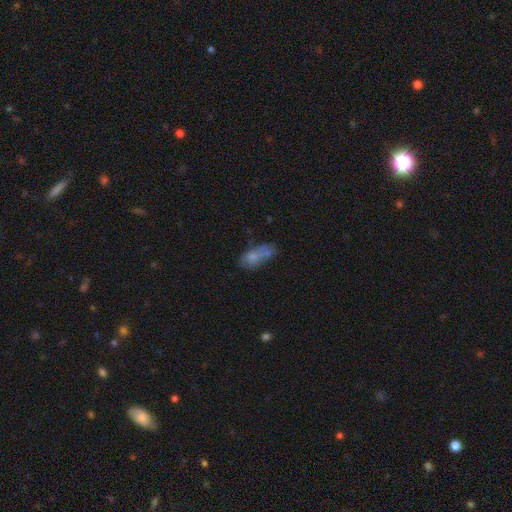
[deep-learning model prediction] The model was most divided on "merging": none: 36%, merger: 30%, minor disturbance: 20%, major disturbance: 14%. More confident: how rounded — in between (80%); smooth or featured — smooth (62%).